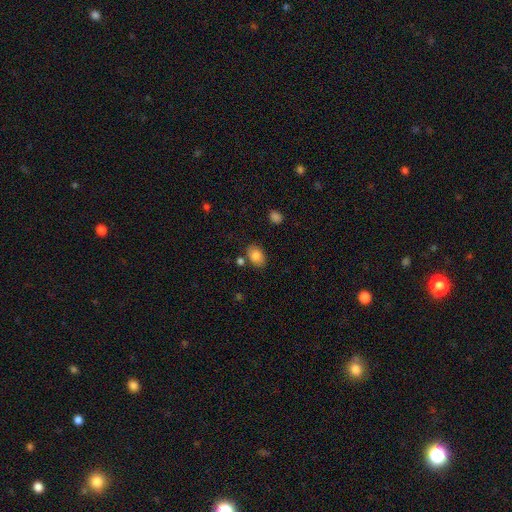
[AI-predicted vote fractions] Smooth or featured?
  - smooth: 84% *
  - star or artifact: 8%
  - featured or disk: 8%
How rounded?
  - in between: 80% *
  - round: 18%
  - cigar-shaped: 1%
Merging?
  - none: 76% *
  - minor disturbance: 13%
  - merger: 7%
  - major disturbance: 3%